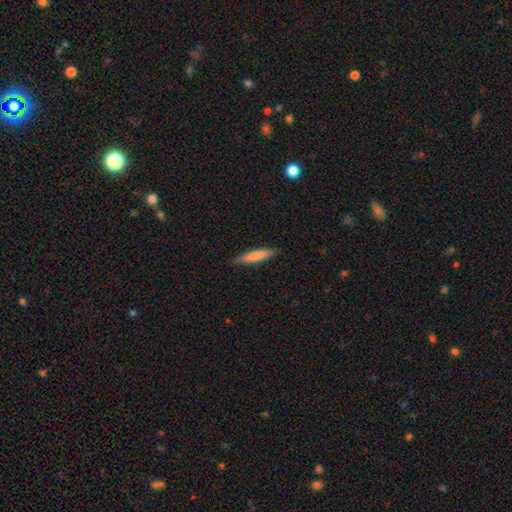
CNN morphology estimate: Smooth or featured? Predicted: smooth (p=0.73). How rounded? Predicted: cigar-shaped (p=0.88). Merging? Predicted: none (p=0.88).